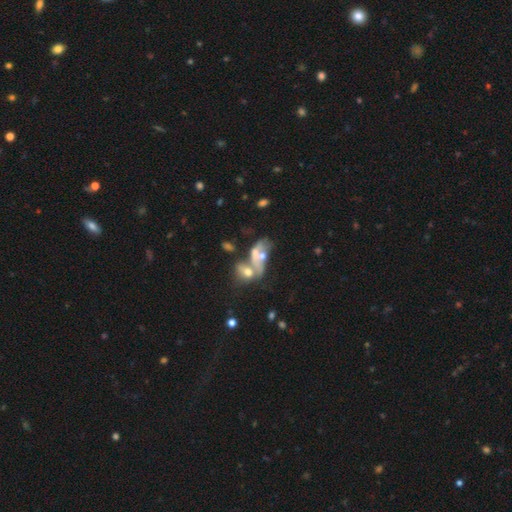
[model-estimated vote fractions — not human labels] Smooth or featured?
  - featured or disk: 52% *
  - smooth: 31%
  - star or artifact: 17%
Edge-on disk?
  - no: 92% *
  - yes: 8%
Merging?
  - merger: 61% *
  - none: 21%
  - major disturbance: 10%
  - minor disturbance: 8%